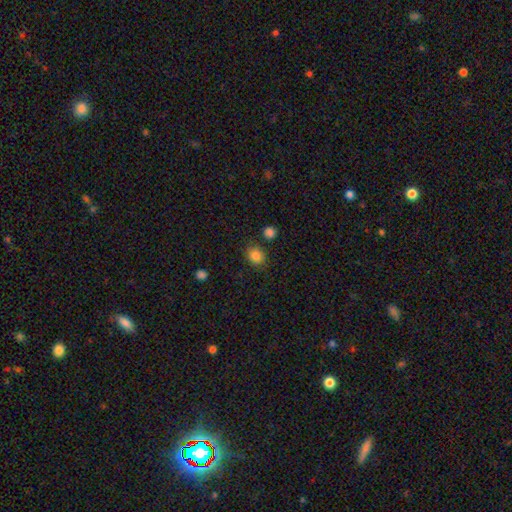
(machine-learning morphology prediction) The model was most divided on "how rounded": round: 69%, in between: 30%, cigar-shaped: 1%. More confident: smooth or featured — smooth (84%); merging — none (80%).